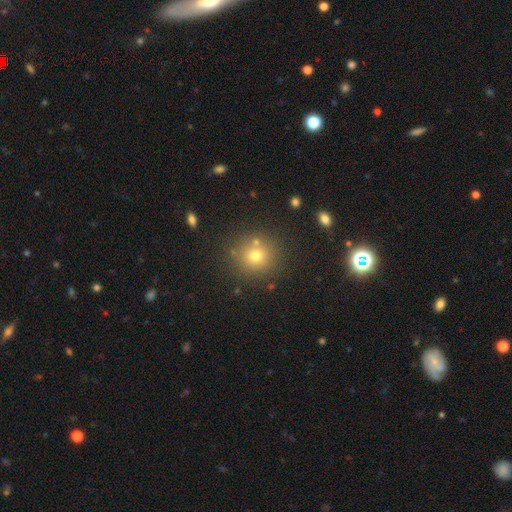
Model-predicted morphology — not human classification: The model was most divided on "smooth or featured": smooth: 71%, star or artifact: 18%, featured or disk: 11%. More confident: how rounded — round (90%); merging — none (81%).